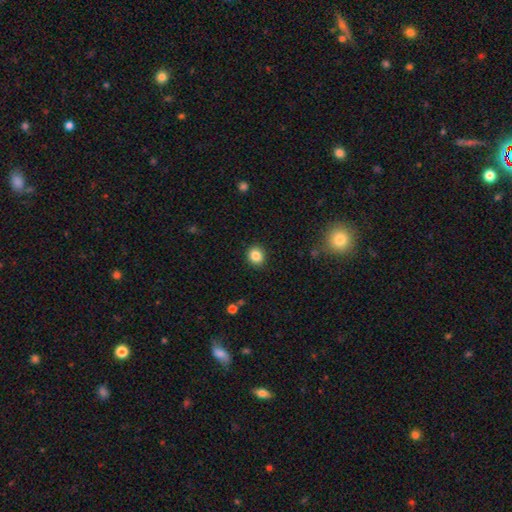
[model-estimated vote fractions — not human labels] Morphology: type=smooth (85%); roundness=round (76%); merging=none (90%).